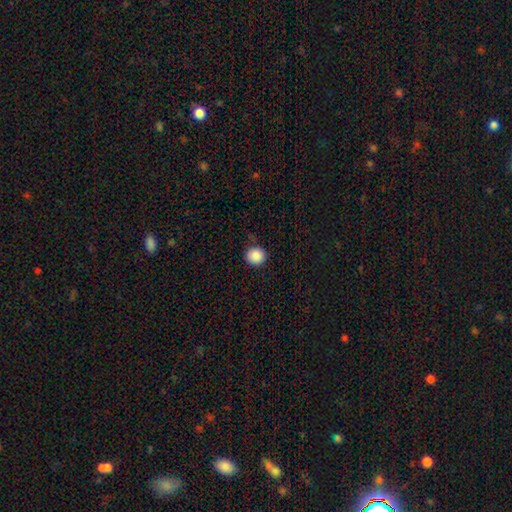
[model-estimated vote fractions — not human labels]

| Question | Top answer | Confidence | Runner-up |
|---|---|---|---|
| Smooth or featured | smooth | 88% | star or artifact (9%) |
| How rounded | round | 86% | in between (14%) |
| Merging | none | 82% | minor disturbance (13%) |